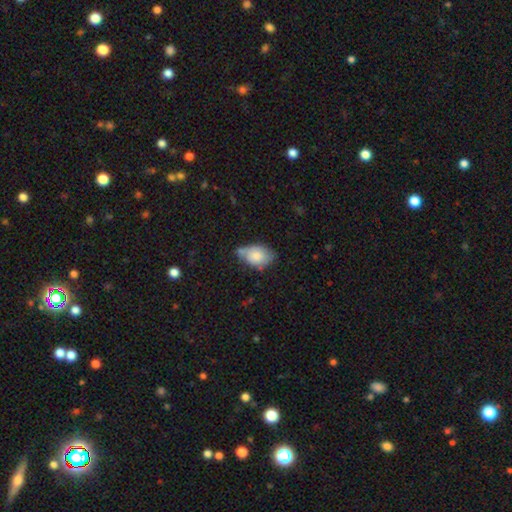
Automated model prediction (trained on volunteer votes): Q: Smooth or featured?
A: smooth (72%); runner-up: featured or disk (21%)
Q: How rounded?
A: in between (85%); runner-up: round (14%)
Q: Merging?
A: none (43%); runner-up: minor disturbance (37%)